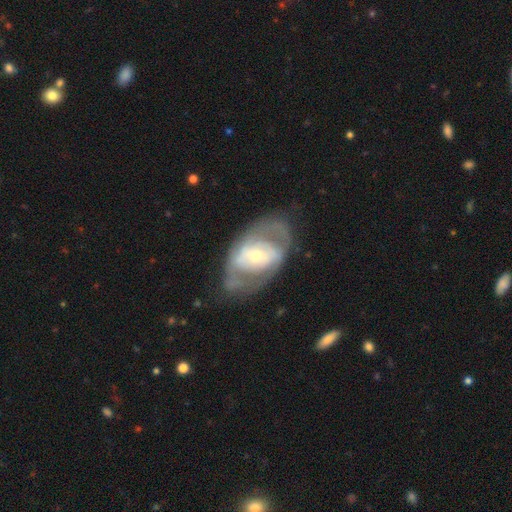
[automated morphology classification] Smooth or featured: featured or disk — 71% (smooth — 23%)
Edge-on disk: no — 93% (yes — 7%)
Bar: no — 38% (weak — 34%)
Spiral arms: yes — 53% (no — 47%)
Bulge size: small — 48% (moderate — 40%)
Merging: none — 59% (minor disturbance — 20%)